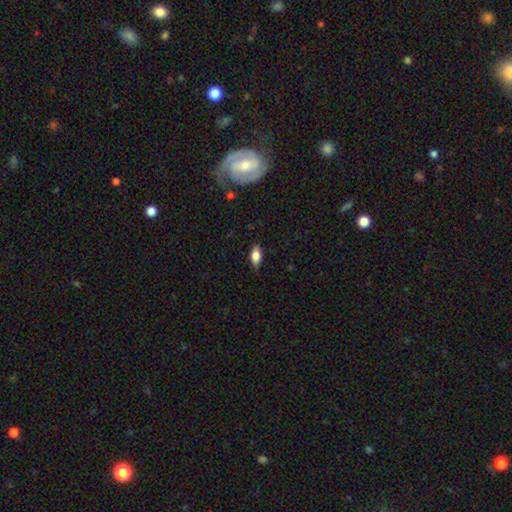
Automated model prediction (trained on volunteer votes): Smooth or featured: smooth — 73% (featured or disk — 19%)
How rounded: in between — 85% (cigar-shaped — 10%)
Merging: none — 83% (minor disturbance — 13%)